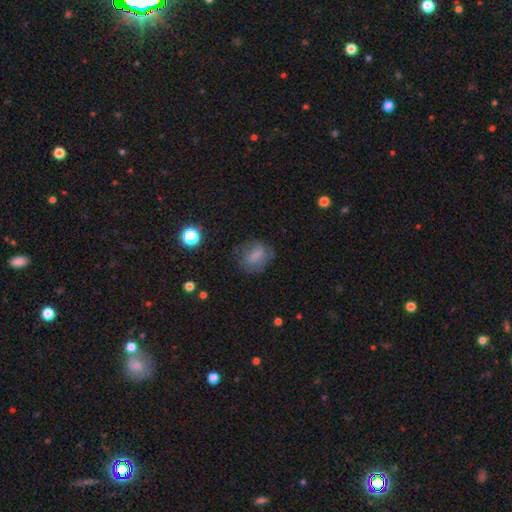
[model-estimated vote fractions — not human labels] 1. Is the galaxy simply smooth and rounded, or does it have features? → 59% smooth, 28% featured or disk, 12% star or artifact.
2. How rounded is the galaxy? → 62% in between, 34% round, 4% cigar-shaped.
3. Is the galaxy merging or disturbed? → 54% none, 25% minor disturbance, 18% major disturbance, 2% merger.